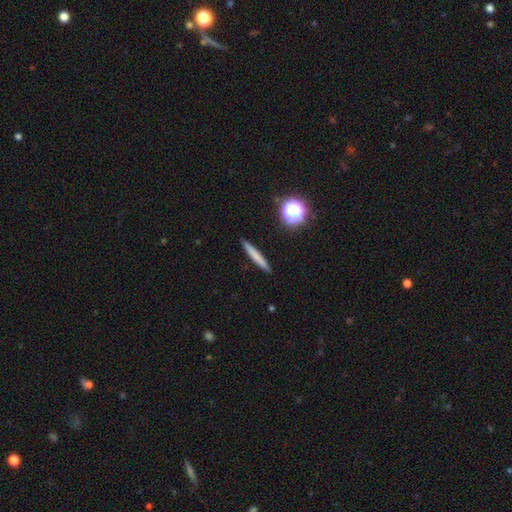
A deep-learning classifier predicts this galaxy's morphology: Smooth or featured: smooth — 68% (featured or disk — 24%)
How rounded: cigar-shaped — 94% (in between — 4%)
Merging: none — 91% (minor disturbance — 7%)